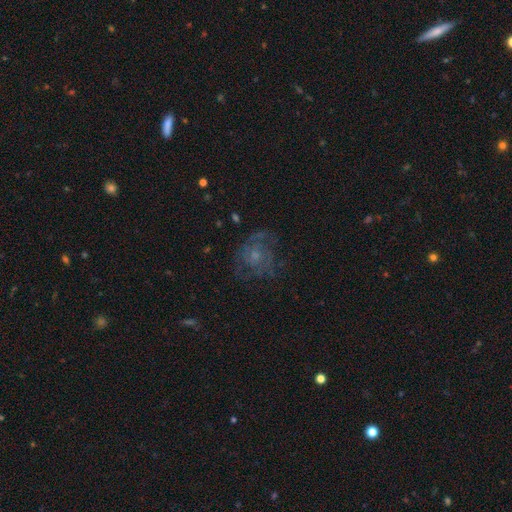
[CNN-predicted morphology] This is likely a featured or disk galaxy (64%). It is clearly not viewed edge-on (97%). Bar: likely no (79%). Spiral arm pattern: likely yes (77%). Central bulge: possibly small (53%). Merging: likely none (62%).